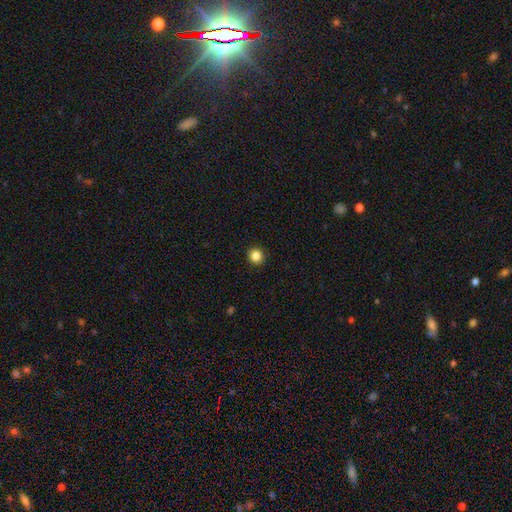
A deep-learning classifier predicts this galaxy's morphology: smooth_or_featured: smooth (p=0.85) [alt: star or artifact p=0.11]
how_rounded: round (p=0.91) [alt: in between p=0.08]
merging: none (p=0.93) [alt: minor disturbance p=0.05]